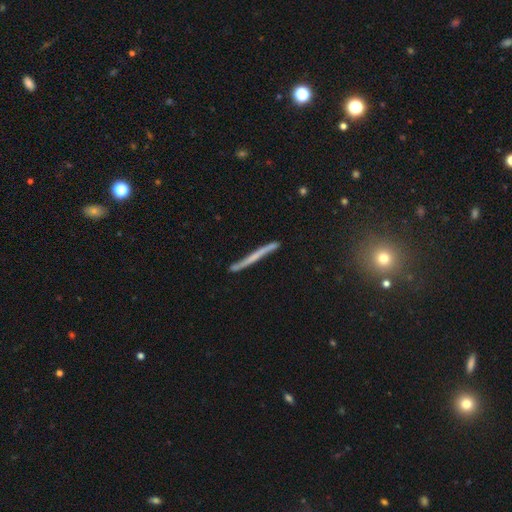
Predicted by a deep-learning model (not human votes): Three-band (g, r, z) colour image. It shows a featured or disk galaxy (54%) viewed edge-on (95%) with no central bulge (78%). Merging: none (83%).